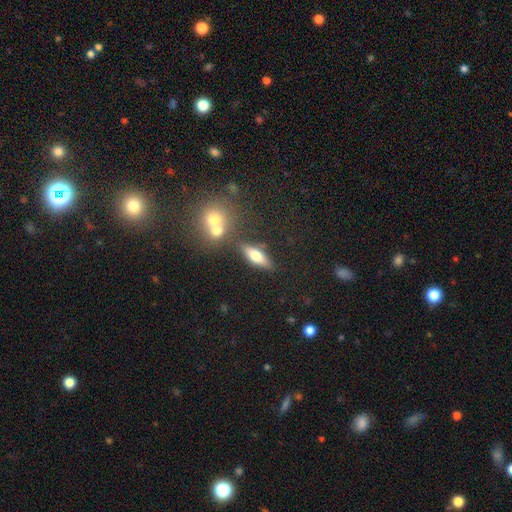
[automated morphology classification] smooth_or_featured: smooth (p=0.58) [alt: featured or disk p=0.33]
how_rounded: in between (p=0.57) [alt: cigar-shaped p=0.38]
merging: none (p=0.71) [alt: minor disturbance p=0.12]